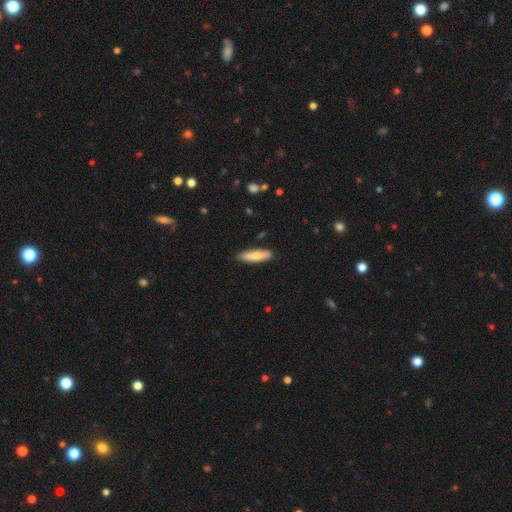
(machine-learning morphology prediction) Q: Smooth or featured?
A: smooth (74%); runner-up: featured or disk (20%)
Q: How rounded?
A: cigar-shaped (68%); runner-up: in between (30%)
Q: Merging?
A: none (86%); runner-up: minor disturbance (11%)